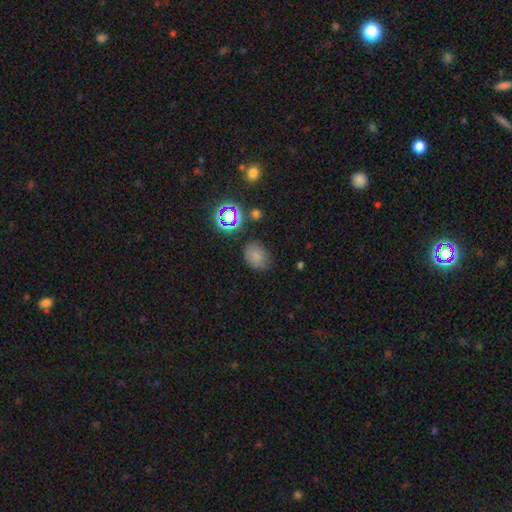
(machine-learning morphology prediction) Smooth or featured? smooth (73%)
How rounded? in between (58%)
Merging? none (75%)